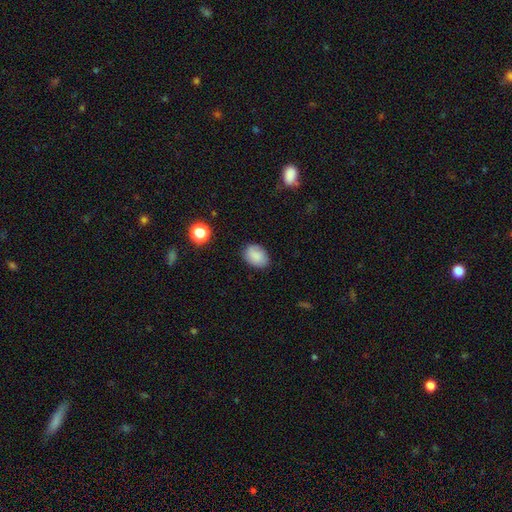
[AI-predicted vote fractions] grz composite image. It shows a smooth galaxy with no disk features (84%) that is in between round and cigar-shaped (73%). Merging: none (80%).